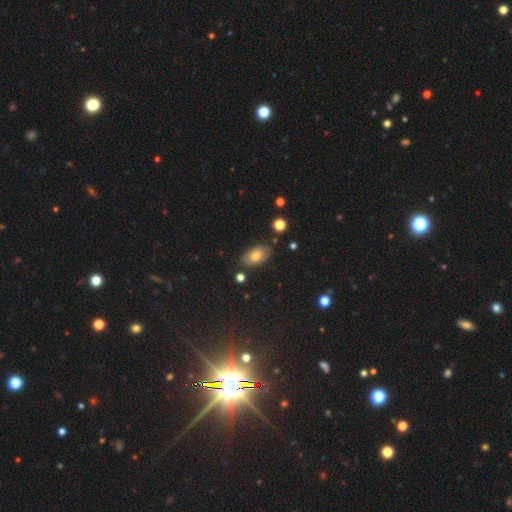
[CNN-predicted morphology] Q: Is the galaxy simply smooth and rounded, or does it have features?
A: smooth — 73%.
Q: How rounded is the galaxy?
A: in between — 91%.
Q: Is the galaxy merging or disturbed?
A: none — 78%.